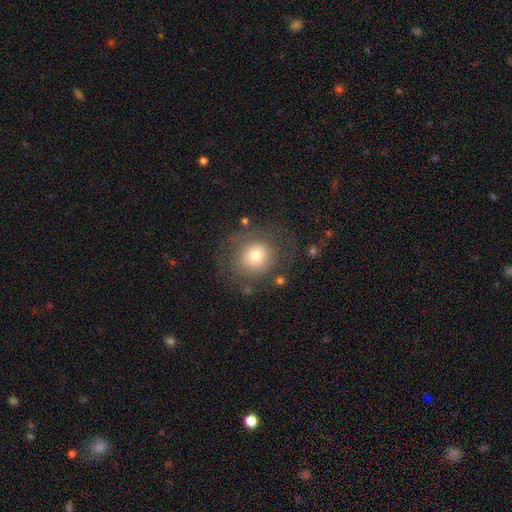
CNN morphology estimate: Overall: smooth (69%). How rounded: round (85%). Merging: none (71%).